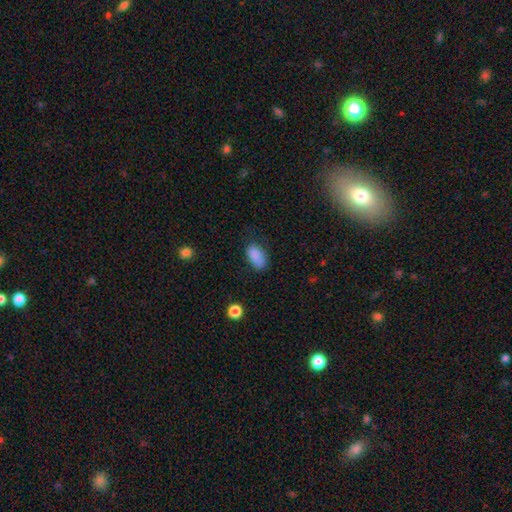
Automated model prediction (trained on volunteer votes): This appears to be a smooth galaxy with no disk features (85%) that is in between round and cigar-shaped (92%). Merging: none (66%).